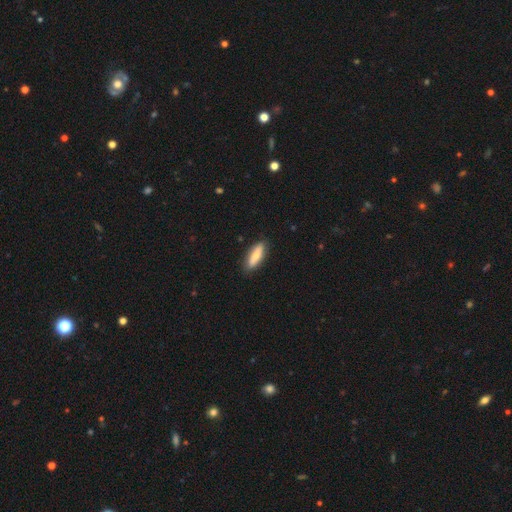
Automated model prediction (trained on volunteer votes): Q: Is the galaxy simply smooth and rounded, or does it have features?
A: smooth — 71%.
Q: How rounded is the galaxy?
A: in between — 51%.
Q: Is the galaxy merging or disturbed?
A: none — 86%.